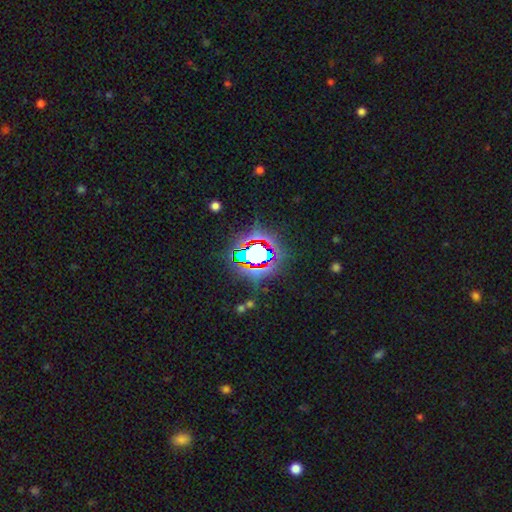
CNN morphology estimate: Smooth or featured? star or artifact (69%)